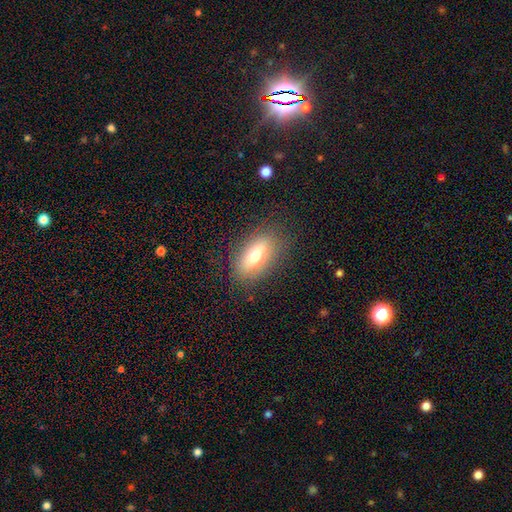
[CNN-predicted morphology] A smooth galaxy with no disk features (66%) that is in between round and cigar-shaped (83%).

Vote fractions:
- Smooth or featured? smooth: 66% / featured or disk: 24% / star or artifact: 10%
- How rounded? in between: 83% / cigar-shaped: 10% / round: 7%
- Merging? none: 83% / minor disturbance: 12% / major disturbance: 5% / merger: 1%